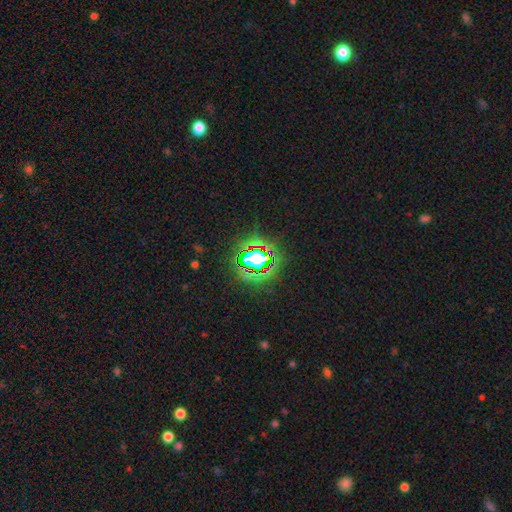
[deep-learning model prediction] The model was most divided on "smooth or featured": star or artifact: 81%, smooth: 12%, featured or disk: 7%.